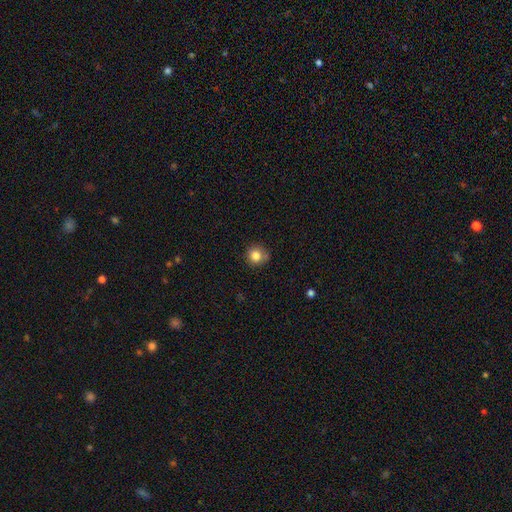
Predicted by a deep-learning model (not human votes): The model was most divided on "merging": none: 79%, minor disturbance: 16%, major disturbance: 3%, merger: 2%. More confident: how rounded — round (91%); smooth or featured — smooth (84%).